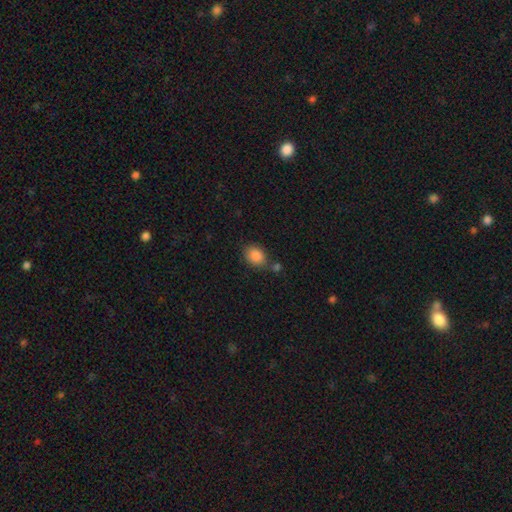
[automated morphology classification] Smooth or featured: smooth — 87% (star or artifact — 8%)
How rounded: in between — 60% (round — 38%)
Merging: none — 64% (minor disturbance — 16%)